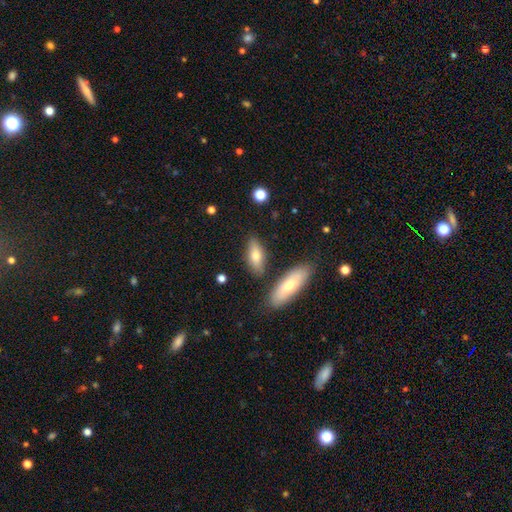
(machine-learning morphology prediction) type=smooth (69%); roundness=in between (72%); merging=none (76%).